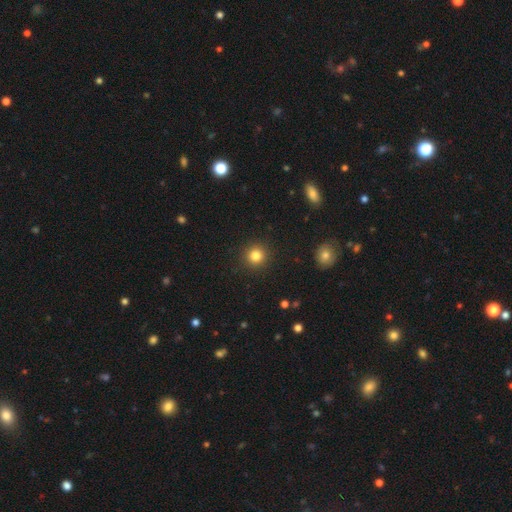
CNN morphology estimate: This appears to be a smooth galaxy with no disk features (83%) that is round (94%). Merging: none (92%).